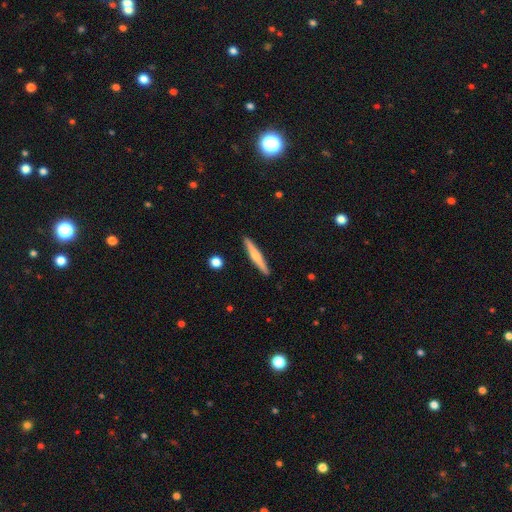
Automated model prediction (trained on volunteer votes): Q: Smooth or featured?
A: smooth (49%); runner-up: featured or disk (46%)
Q: Merging?
A: none (91%); runner-up: minor disturbance (7%)